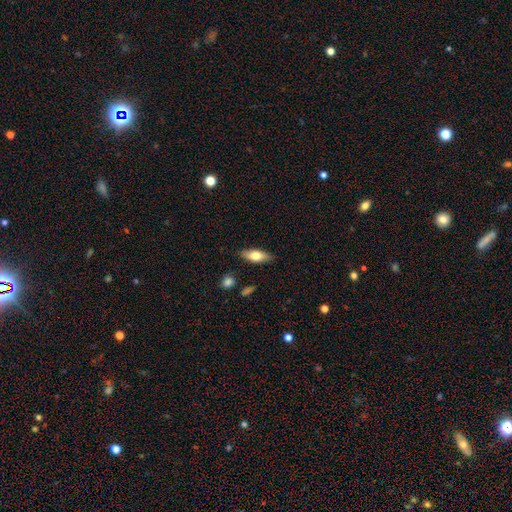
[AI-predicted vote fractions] Smooth or featured? smooth (68%)
How rounded? in between (71%)
Merging? none (85%)